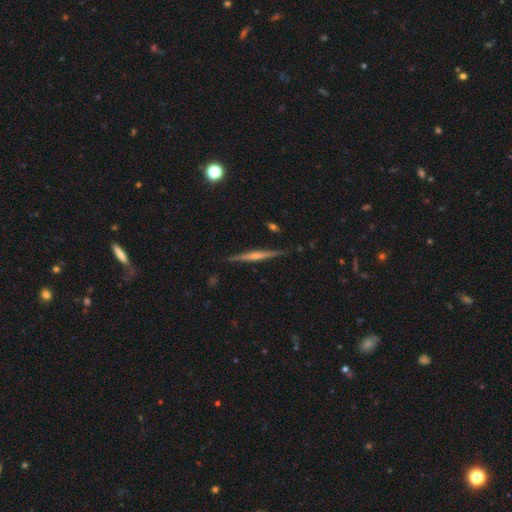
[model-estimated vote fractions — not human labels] smooth-or-featured: featured or disk: 76% | smooth: 17% | star or artifact: 6%
  disk-edge-on: yes: 98% | no: 2%
    edge-on-bulge: rounded: 67% | none: 21% | boxy: 12%
  merging: none: 90% | minor disturbance: 7% | major disturbance: 1% | merger: 1%